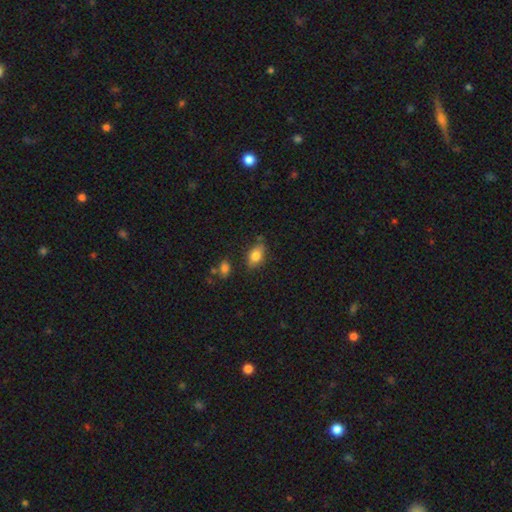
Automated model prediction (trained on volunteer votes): Q: Smooth or featured?
A: smooth (80%); runner-up: featured or disk (11%)
Q: How rounded?
A: in between (86%); runner-up: round (10%)
Q: Merging?
A: none (73%); runner-up: minor disturbance (18%)